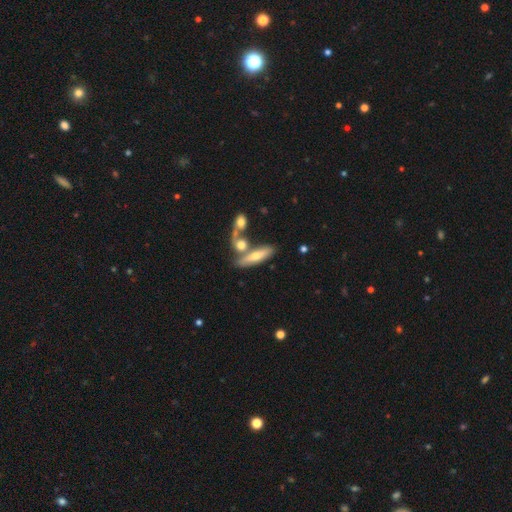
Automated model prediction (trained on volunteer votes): Q: Smooth or featured?
A: smooth (50%); runner-up: featured or disk (43%)
Q: Merging?
A: none (45%); runner-up: merger (39%)